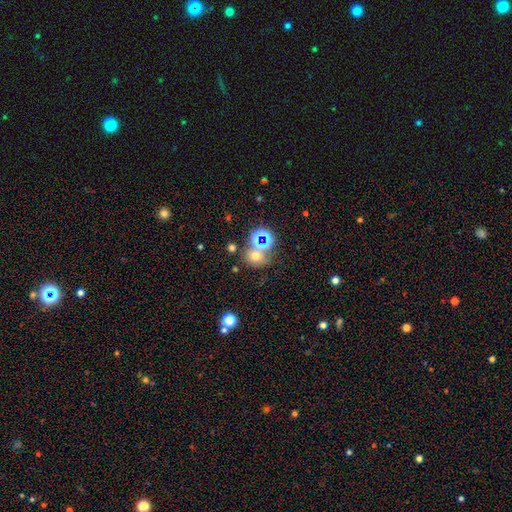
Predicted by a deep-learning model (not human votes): Morphology: type=smooth (59%); roundness=round (65%); merging=none (57%).